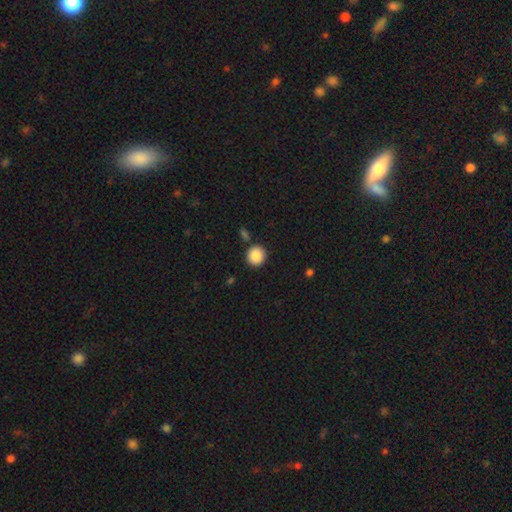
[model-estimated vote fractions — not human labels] Smooth or featured?
  - smooth: 89% *
  - star or artifact: 8%
  - featured or disk: 3%
How rounded?
  - round: 90% *
  - in between: 9%
  - cigar-shaped: 1%
Merging?
  - none: 87% *
  - minor disturbance: 7%
  - merger: 4%
  - major disturbance: 2%